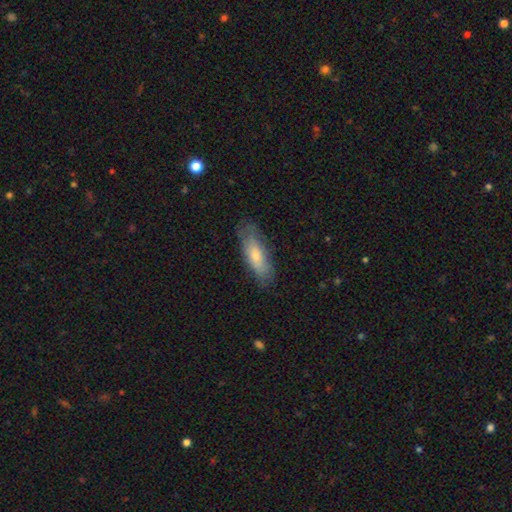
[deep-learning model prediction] Overall: smooth (67%). How rounded: in between (64%; cigar-shaped 34%). Merging: none (72%).